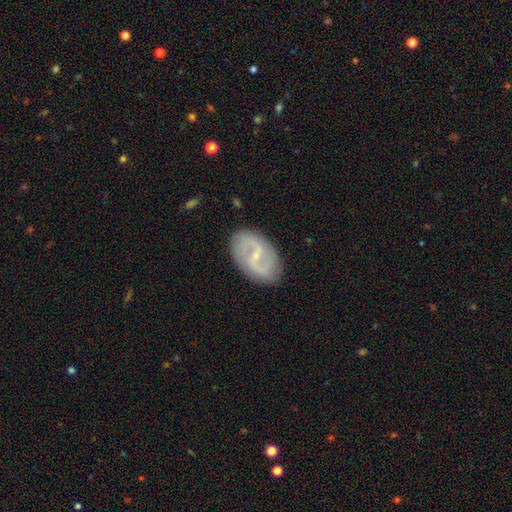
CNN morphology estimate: featured or disk 77%, smooth 16%, star or artifact 6%. Down the decision tree: edge-on disk — no (96%); bar — weak (52%); spiral arms — yes (87%); spiral arm count — 2 (88%); spiral winding — loose (45%); bulge size — small (75%); merging — none (86%).